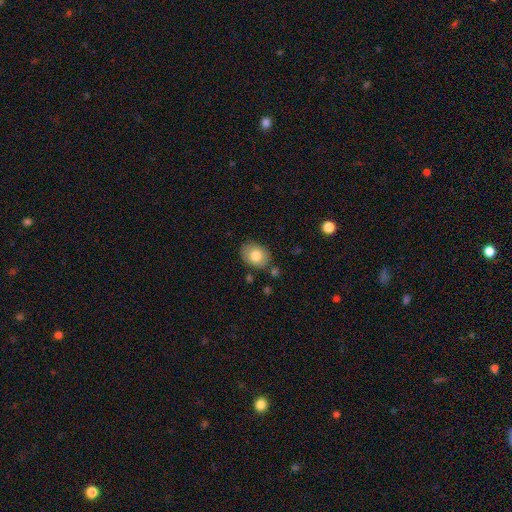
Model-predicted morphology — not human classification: smooth-or-featured: smooth: 80% | featured or disk: 12% | star or artifact: 8%
  how-rounded: in between: 61% | round: 38% | cigar-shaped: 1%
  merging: none: 79% | minor disturbance: 14% | major disturbance: 3% | merger: 3%